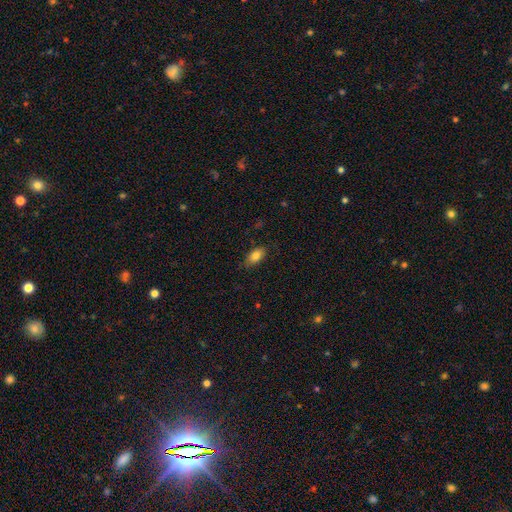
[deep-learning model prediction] This appears to be a smooth galaxy with no disk features (83%) that is in between round and cigar-shaped (90%). Merging: none (80%).